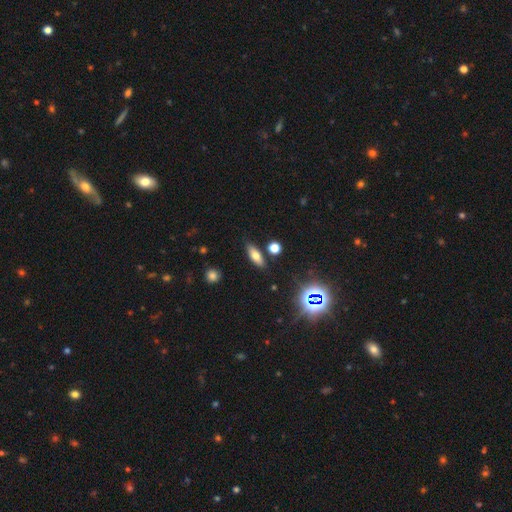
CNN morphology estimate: type=smooth (66%); roundness=in between (63%); merging=none (82%).